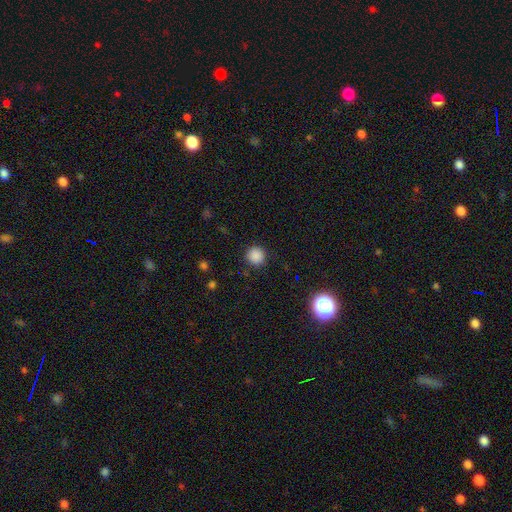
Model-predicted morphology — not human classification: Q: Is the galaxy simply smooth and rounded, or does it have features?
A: smooth — 86%.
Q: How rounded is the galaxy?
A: round — 93%.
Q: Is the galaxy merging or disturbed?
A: none — 89%.